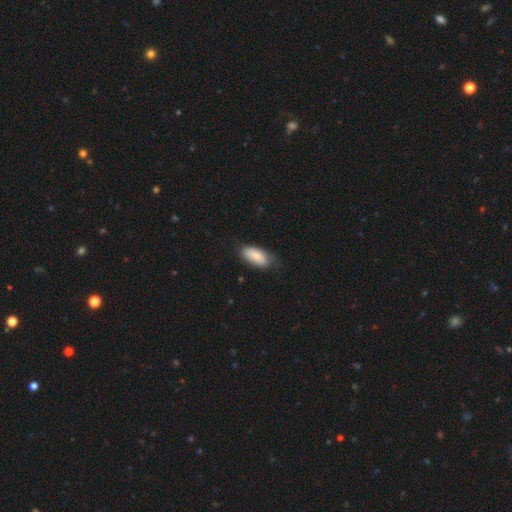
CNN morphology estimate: smooth 79%, featured or disk 15%, star or artifact 6%. Down the decision tree: how rounded — in between (88%); merging — none (66%).